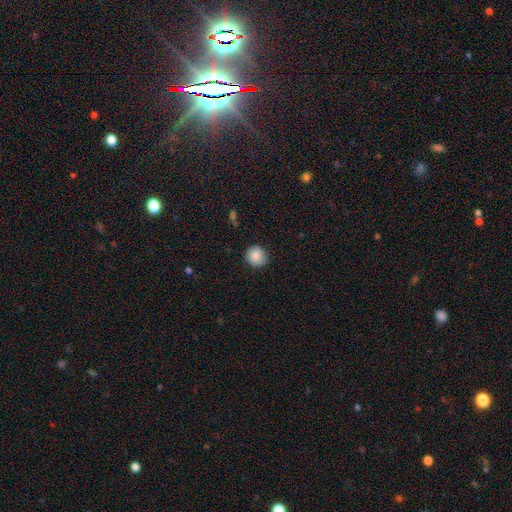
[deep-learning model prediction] Smooth or featured? Predicted: smooth (p=0.86). How rounded? Predicted: round (p=0.91). Merging? Predicted: none (p=0.88).